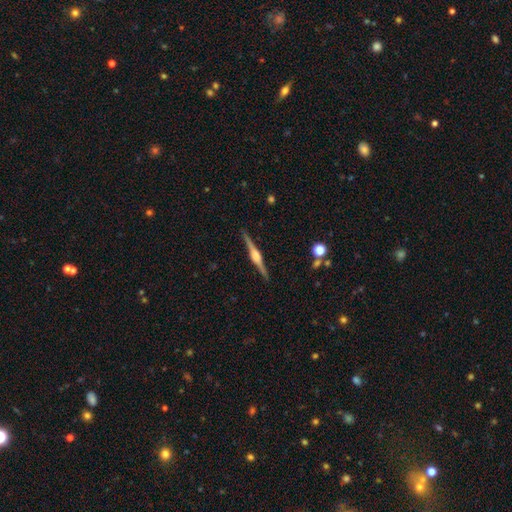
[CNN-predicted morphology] A featured or disk galaxy (85%) viewed edge-on (98%) with a rounded central bulge (79%). Merging: none (91%).